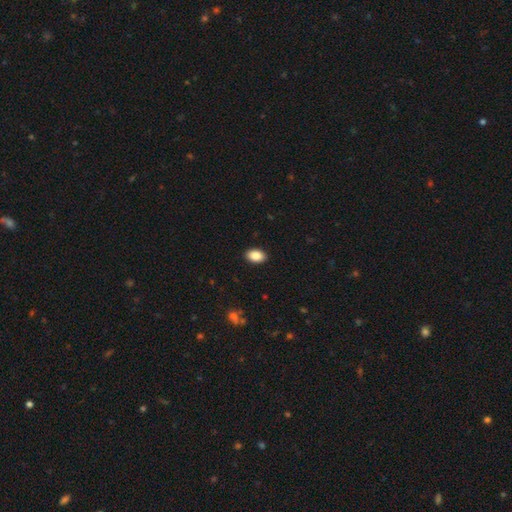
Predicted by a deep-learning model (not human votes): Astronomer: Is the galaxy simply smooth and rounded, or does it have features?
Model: smooth — 88%.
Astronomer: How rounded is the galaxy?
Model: in between — 89%.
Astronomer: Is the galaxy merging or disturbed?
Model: none — 90%.